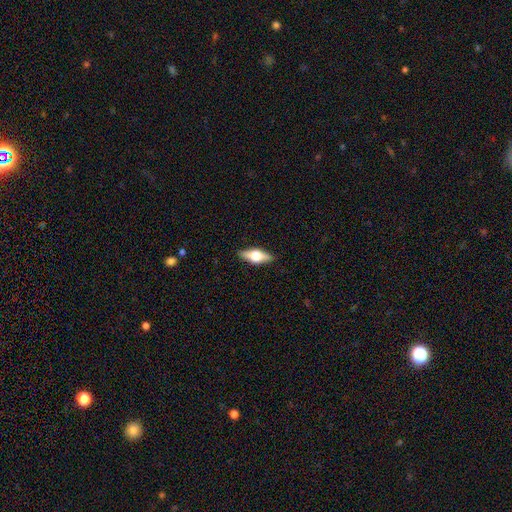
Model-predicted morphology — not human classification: type=featured or disk (52%); edge-on=yes (93%); merging=none (88%).